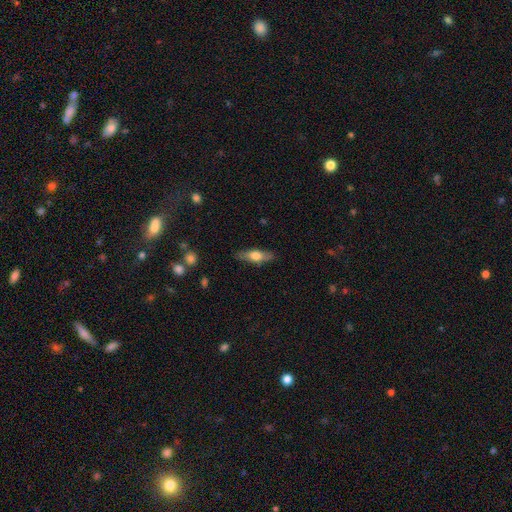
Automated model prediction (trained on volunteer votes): A smooth galaxy with no disk features (54%) that is cigar-shaped (52%).

Vote fractions:
- Smooth or featured? smooth: 54% / featured or disk: 40% / star or artifact: 6%
- How rounded? cigar-shaped: 52% / in between: 45% / round: 3%
- Merging? none: 84% / minor disturbance: 12% / major disturbance: 3% / merger: 1%